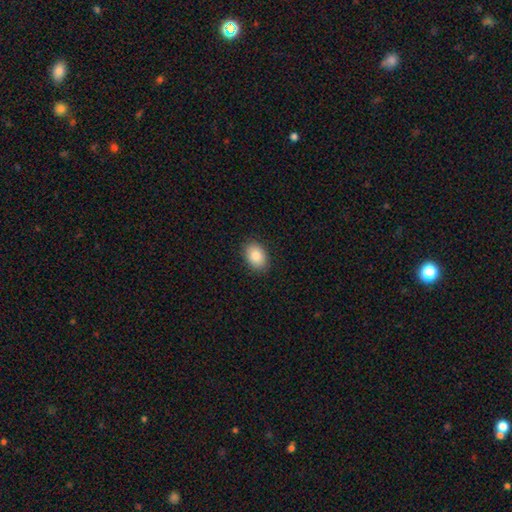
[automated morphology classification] Overall: smooth (87%). How rounded: in between (80%). Merging: none (89%).